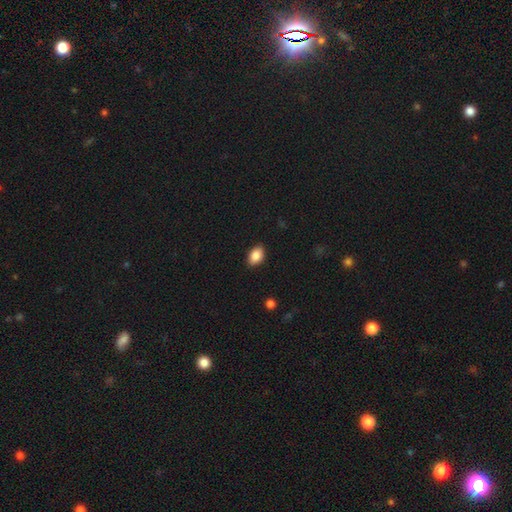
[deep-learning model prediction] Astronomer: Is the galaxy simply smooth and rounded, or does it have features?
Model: smooth — 87%.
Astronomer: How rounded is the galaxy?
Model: in between — 85%.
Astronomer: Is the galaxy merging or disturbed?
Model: none — 88%.